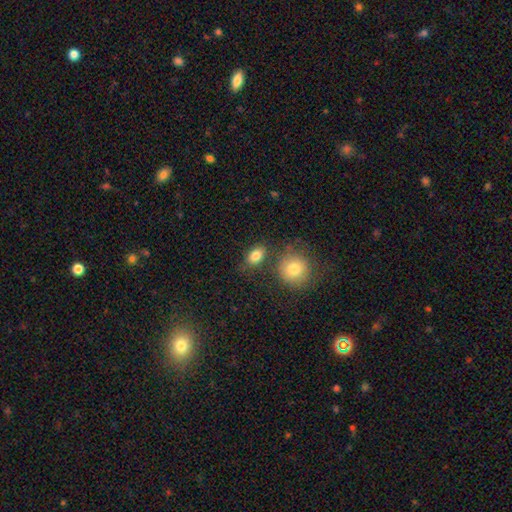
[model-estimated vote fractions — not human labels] Q: Smooth or featured?
A: smooth (83%); runner-up: star or artifact (9%)
Q: How rounded?
A: in between (78%); runner-up: round (20%)
Q: Merging?
A: none (71%); runner-up: minor disturbance (13%)